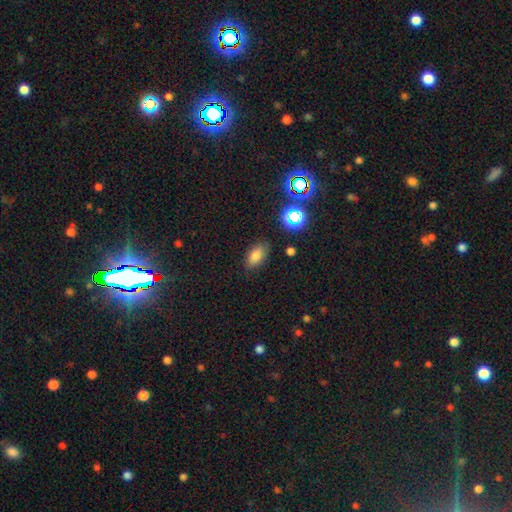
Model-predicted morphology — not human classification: smooth_or_featured: smooth (p=0.77) [alt: star or artifact p=0.15]
how_rounded: in between (p=0.89) [alt: round p=0.07]
merging: none (p=0.83) [alt: minor disturbance p=0.12]